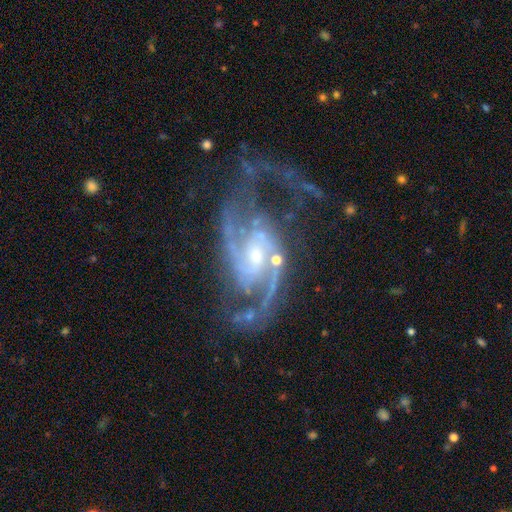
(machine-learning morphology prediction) Smooth or featured? Predicted: featured or disk (p=0.92). Edge-on disk? Predicted: no (p=0.97). Bar? Predicted: no (p=0.47). Spiral arms? Predicted: yes (p=0.98). Spiral winding? Predicted: medium (p=0.57). Spiral arm count? Predicted: 2 (p=0.78). Bulge size? Predicted: small (p=0.56). Merging? Predicted: none (p=0.57).